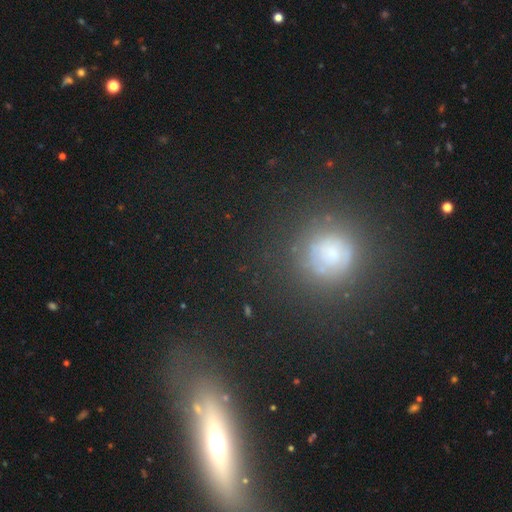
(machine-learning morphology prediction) Q: Smooth or featured?
A: smooth (48%); runner-up: star or artifact (28%)
Q: Merging?
A: none (76%); runner-up: minor disturbance (12%)